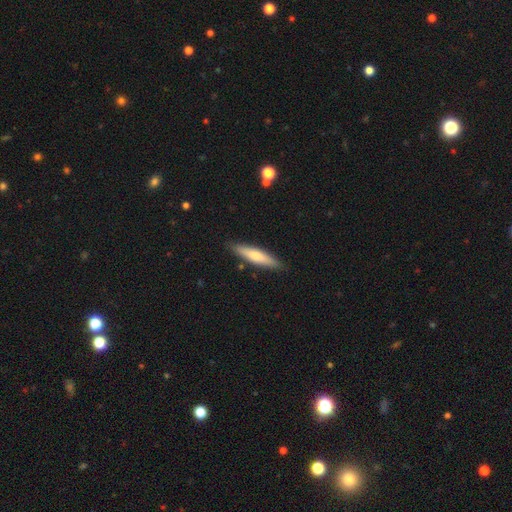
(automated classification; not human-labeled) A smooth galaxy with no disk features (68%) that is cigar-shaped (83%). Merging: none (88%).